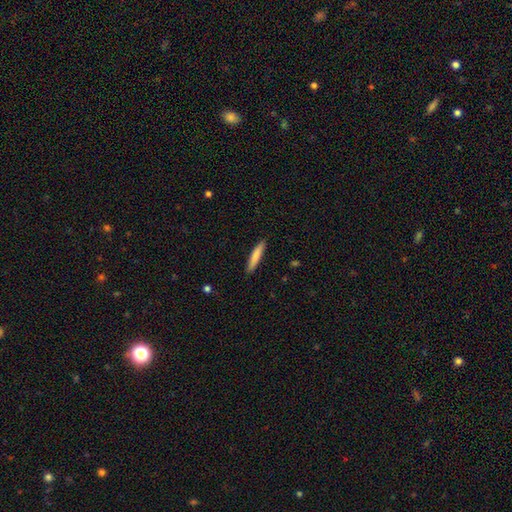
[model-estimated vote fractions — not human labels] smooth 80%, featured or disk 14%, star or artifact 5%. Down the decision tree: how rounded — cigar-shaped (90%); merging — none (90%).